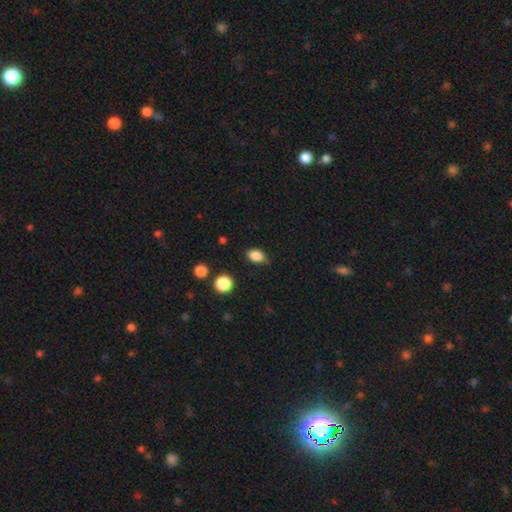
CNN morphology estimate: Overall: smooth (86%). How rounded: in between (75%). Merging: none (72%).